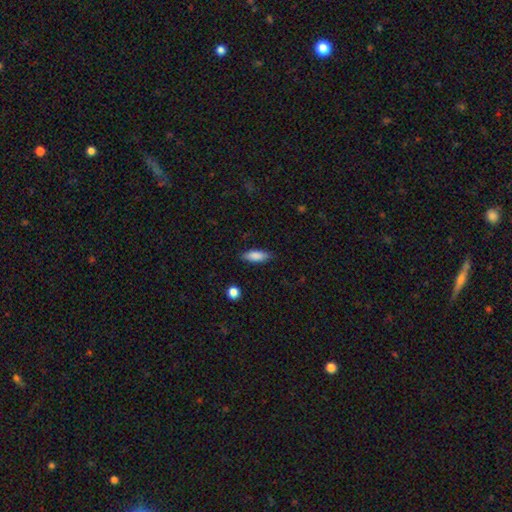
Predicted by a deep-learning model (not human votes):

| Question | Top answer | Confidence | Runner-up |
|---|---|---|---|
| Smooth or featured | smooth | 84% | featured or disk (9%) |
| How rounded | in between | 67% | cigar-shaped (30%) |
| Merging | none | 85% | minor disturbance (11%) |